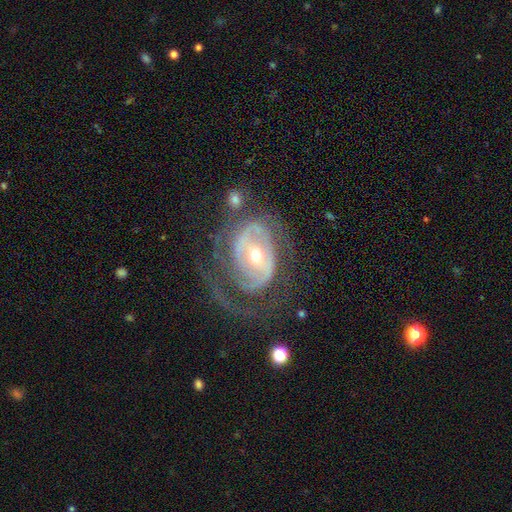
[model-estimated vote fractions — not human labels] A featured or disk galaxy (85%) with no bar (39%), 2 (48%) tight (47%) spiral arms (85%) and a moderate central bulge (62%). Merging: none (50%).